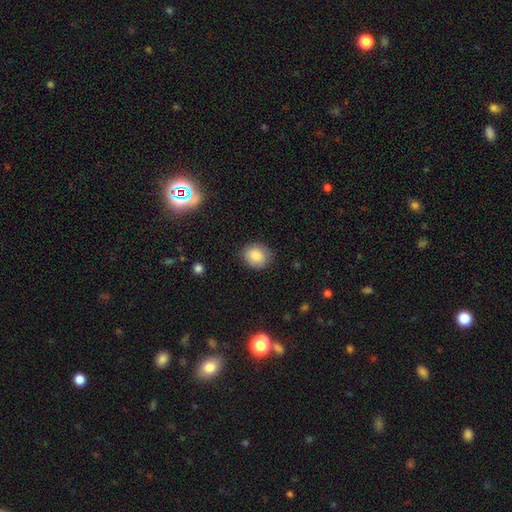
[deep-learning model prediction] Q: Smooth or featured?
A: smooth (86%); runner-up: star or artifact (8%)
Q: How rounded?
A: round (55%); runner-up: in between (44%)
Q: Merging?
A: none (78%); runner-up: minor disturbance (17%)